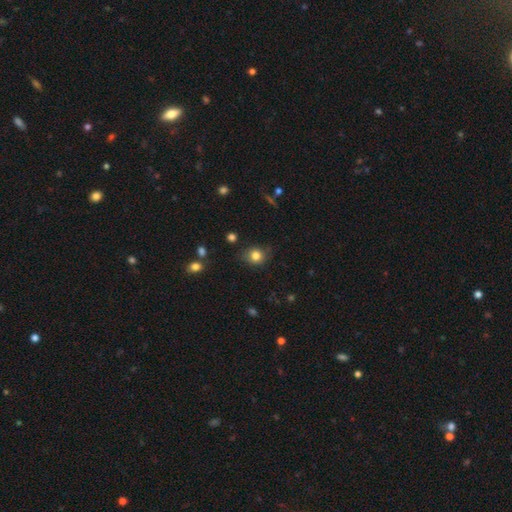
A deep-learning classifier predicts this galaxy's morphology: smooth-or-featured: smooth: 82% | star or artifact: 11% | featured or disk: 7%
  how-rounded: round: 71% | in between: 28% | cigar-shaped: 1%
  merging: none: 76% | minor disturbance: 18% | major disturbance: 4% | merger: 2%